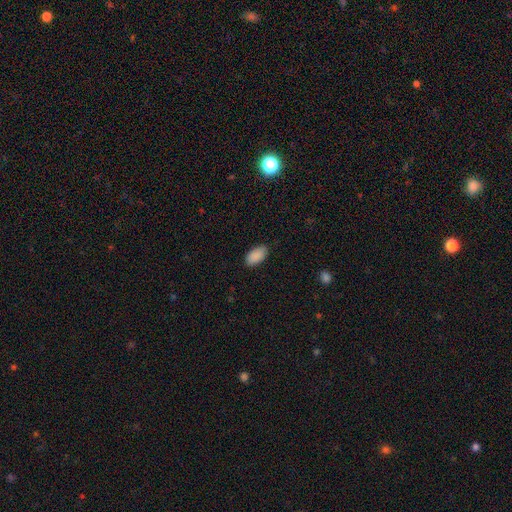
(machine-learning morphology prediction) The model was most divided on "merging": none: 84%, minor disturbance: 12%, major disturbance: 2%, merger: 1%. More confident: how rounded — in between (95%); smooth or featured — smooth (90%).